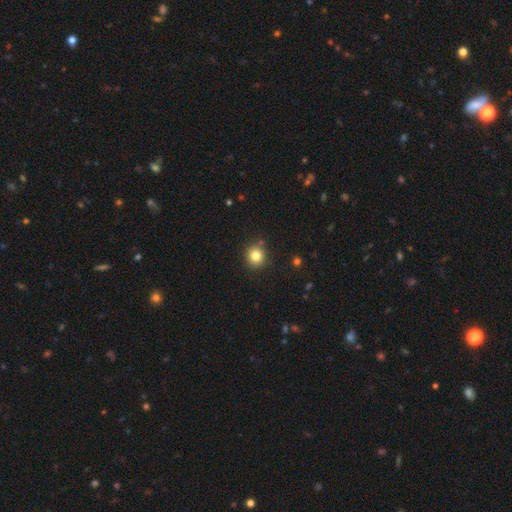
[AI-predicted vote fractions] This is clearly a smooth galaxy (81%). How rounded: clearly round (90%). Merging: clearly none (87%).